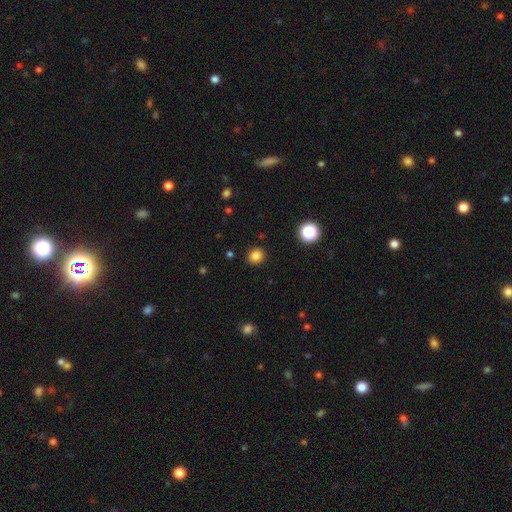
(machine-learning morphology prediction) smooth_or_featured: smooth (p=0.83) [alt: star or artifact p=0.13]
how_rounded: round (p=0.87) [alt: in between p=0.12]
merging: none (p=0.91) [alt: minor disturbance p=0.06]